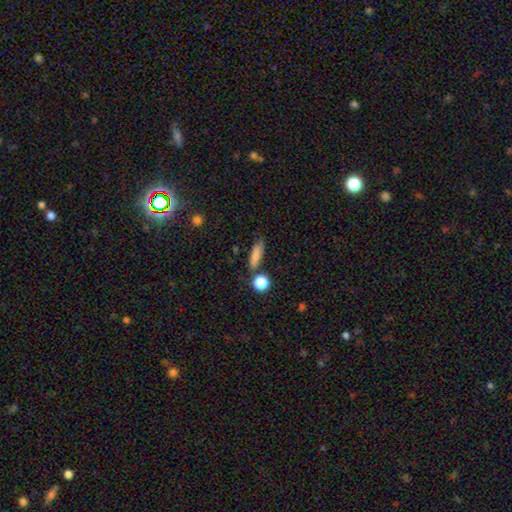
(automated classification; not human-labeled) smooth-or-featured: smooth: 79% | featured or disk: 11% | star or artifact: 10%
  how-rounded: cigar-shaped: 52% | in between: 40% | round: 8%
  merging: none: 69% | minor disturbance: 18% | merger: 7% | major disturbance: 5%